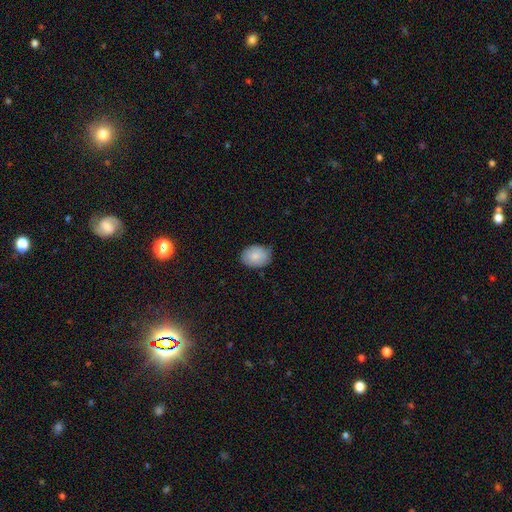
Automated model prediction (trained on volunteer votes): A smooth galaxy with no disk features (85%) that is in between round and cigar-shaped (67%).

Vote fractions:
- Smooth or featured? smooth: 85% / featured or disk: 9% / star or artifact: 7%
- How rounded? in between: 67% / round: 32% / cigar-shaped: 1%
- Merging? none: 72% / minor disturbance: 23% / major disturbance: 3% / merger: 1%